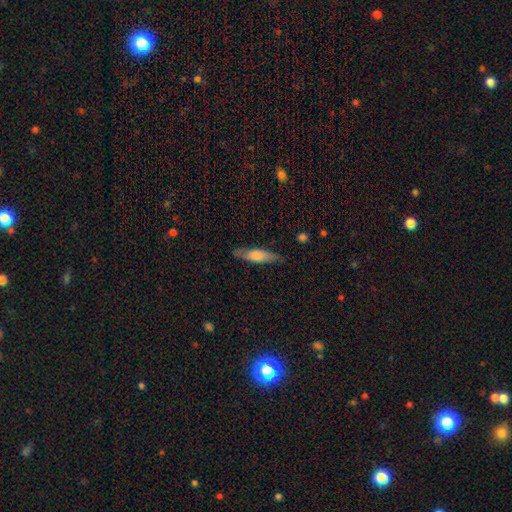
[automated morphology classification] This is possibly a smooth galaxy (58%). How rounded: likely cigar-shaped (72%). Merging: likely none (79%).